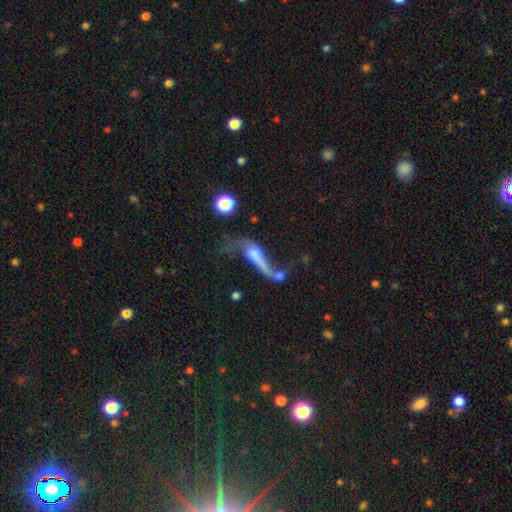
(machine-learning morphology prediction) Smooth or featured: featured or disk — 64% (smooth — 26%)
Edge-on disk: no — 79% (yes — 21%)
Bar: no — 62% (weak — 26%)
Spiral arms: yes — 69% (no — 31%)
Bulge size: moderate — 29% (tied with none — 29%)
Merging: major disturbance — 32% (merger — 31%)